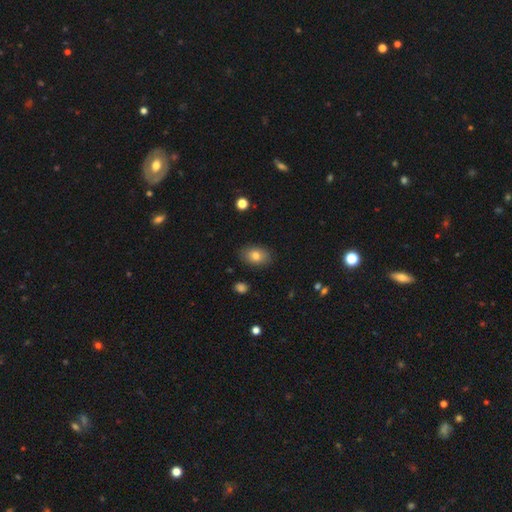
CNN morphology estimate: smooth-or-featured: smooth: 80% | featured or disk: 12% | star or artifact: 9%
  how-rounded: in between: 83% | round: 16% | cigar-shaped: 1%
  merging: none: 87% | minor disturbance: 10% | major disturbance: 2% | merger: 1%